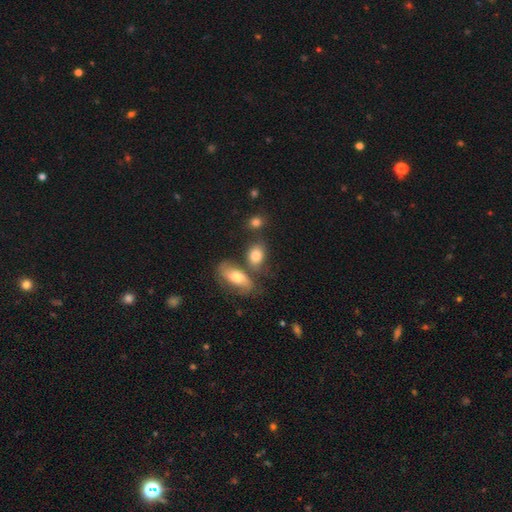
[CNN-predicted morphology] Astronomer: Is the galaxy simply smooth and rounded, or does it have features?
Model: smooth — 78%.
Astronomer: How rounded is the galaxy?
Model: in between — 73%.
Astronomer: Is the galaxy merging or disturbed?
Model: none — 52%.